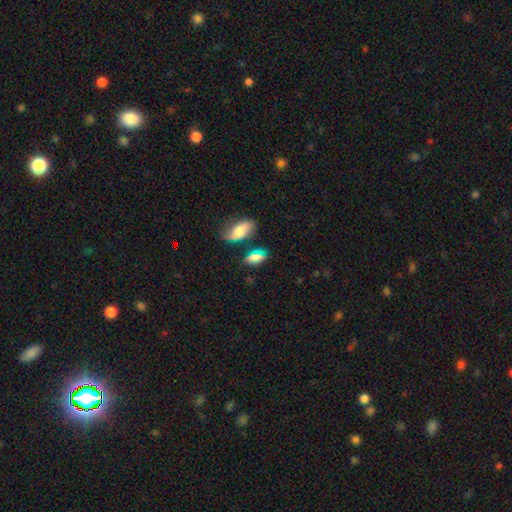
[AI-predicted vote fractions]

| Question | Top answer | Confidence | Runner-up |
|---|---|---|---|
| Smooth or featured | smooth | 72% | featured or disk (16%) |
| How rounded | in between | 85% | round (8%) |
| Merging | none | 64% | minor disturbance (19%) |